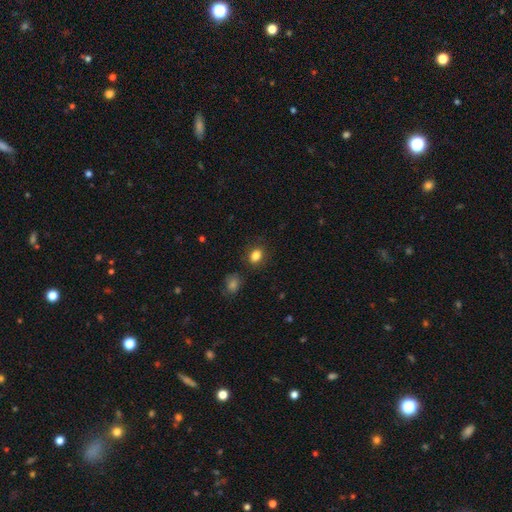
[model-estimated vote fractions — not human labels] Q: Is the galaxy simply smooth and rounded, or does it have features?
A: smooth — 83%.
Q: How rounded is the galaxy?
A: in between — 58%.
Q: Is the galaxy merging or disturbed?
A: none — 83%.